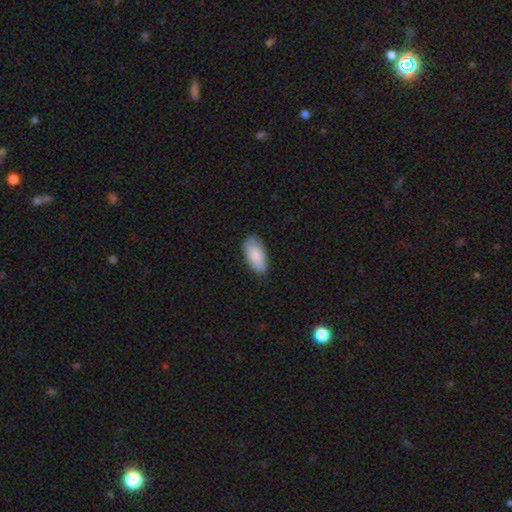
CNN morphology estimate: Smooth or featured?
  - smooth: 86% *
  - featured or disk: 8%
  - star or artifact: 6%
How rounded?
  - in between: 93% *
  - cigar-shaped: 4%
  - round: 2%
Merging?
  - none: 75% *
  - minor disturbance: 20%
  - major disturbance: 3%
  - merger: 1%